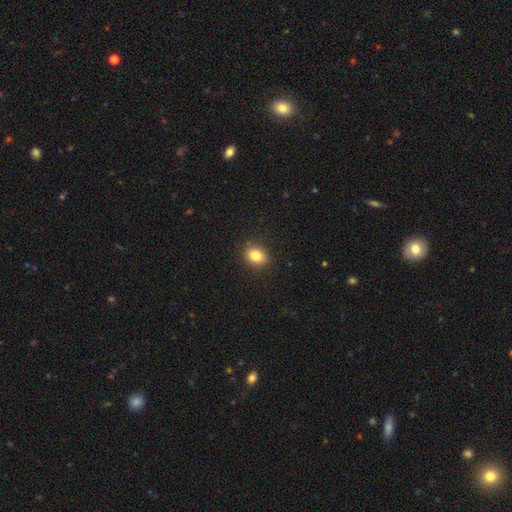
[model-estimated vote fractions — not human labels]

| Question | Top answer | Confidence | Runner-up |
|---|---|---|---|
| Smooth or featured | smooth | 83% | star or artifact (10%) |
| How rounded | round | 54% | in between (45%) |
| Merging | none | 89% | minor disturbance (8%) |